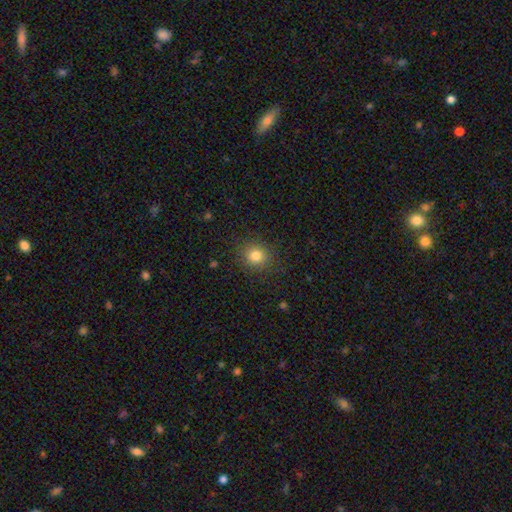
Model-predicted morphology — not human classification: This is clearly a smooth galaxy (81%). How rounded: clearly round (85%). Merging: clearly none (88%).